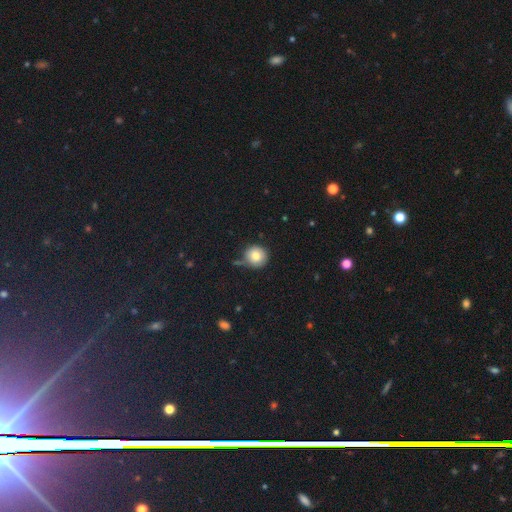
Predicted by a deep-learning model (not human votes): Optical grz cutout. It shows a smooth galaxy with no disk features (80%) that is round (93%). Merging: none (70%).